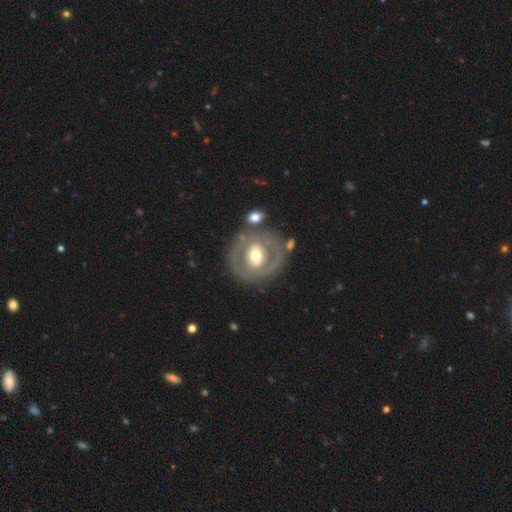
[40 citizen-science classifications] A smooth galaxy with no disk features (50%) that is round (90%). Merging: none (75%).